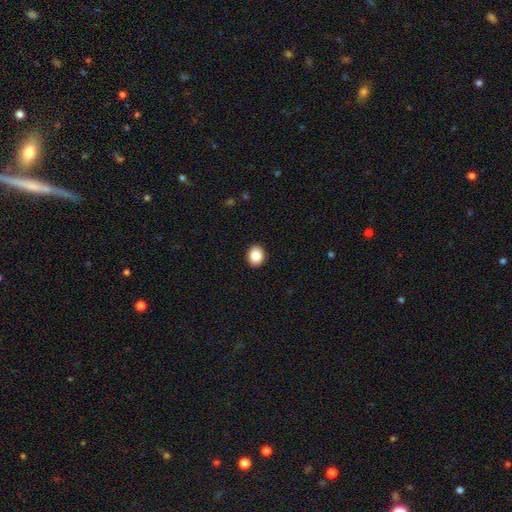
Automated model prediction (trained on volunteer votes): Smooth or featured?
  - smooth: 87% *
  - star or artifact: 8%
  - featured or disk: 5%
How rounded?
  - round: 62% *
  - in between: 38%
  - cigar-shaped: 1%
Merging?
  - none: 92% *
  - minor disturbance: 6%
  - major disturbance: 2%
  - merger: 1%